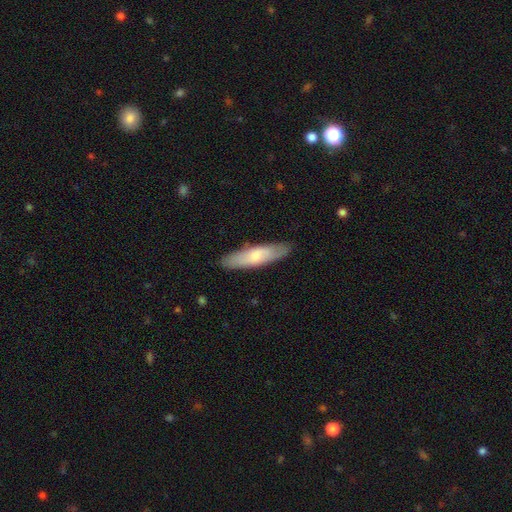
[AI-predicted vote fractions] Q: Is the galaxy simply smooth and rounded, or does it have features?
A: smooth — 64%.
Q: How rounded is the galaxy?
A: cigar-shaped — 68%.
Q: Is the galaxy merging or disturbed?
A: none — 86%.